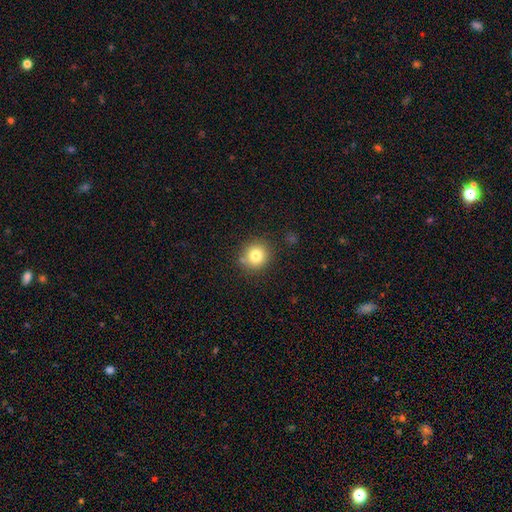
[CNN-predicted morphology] A smooth galaxy with no disk features (80%) that is round (91%).

Vote fractions:
- Smooth or featured? smooth: 80% / star or artifact: 12% / featured or disk: 8%
- How rounded? round: 91% / in between: 8% / cigar-shaped: 1%
- Merging? none: 83% / minor disturbance: 10% / merger: 4% / major disturbance: 3%